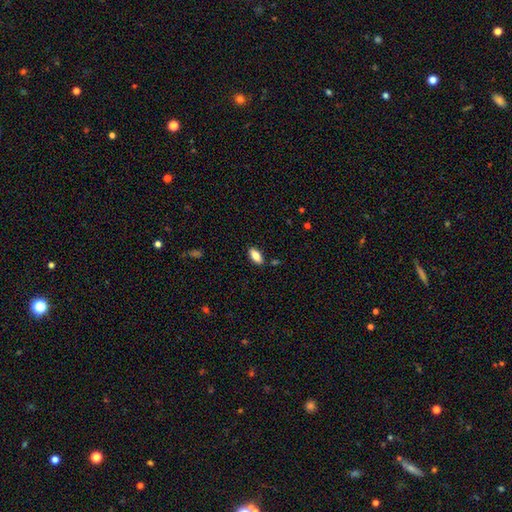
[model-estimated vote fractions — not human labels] Smooth or featured: smooth — 81% (featured or disk — 12%)
How rounded: in between — 87% (cigar-shaped — 11%)
Merging: none — 86% (minor disturbance — 10%)